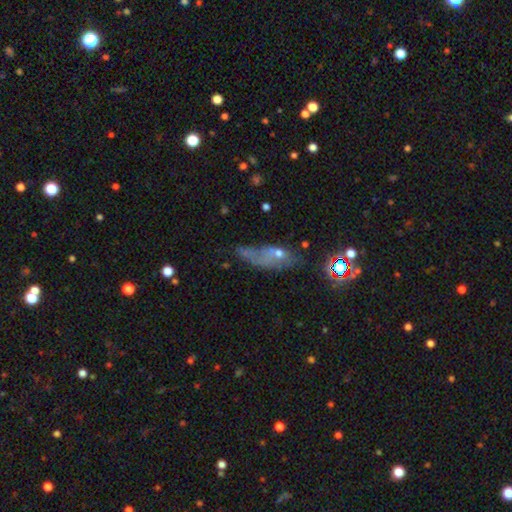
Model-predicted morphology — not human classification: The model was most divided on "merging": major disturbance: 35%, none: 30%, minor disturbance: 25%, merger: 11%. Remaining: smooth or featured — smooth (41%).